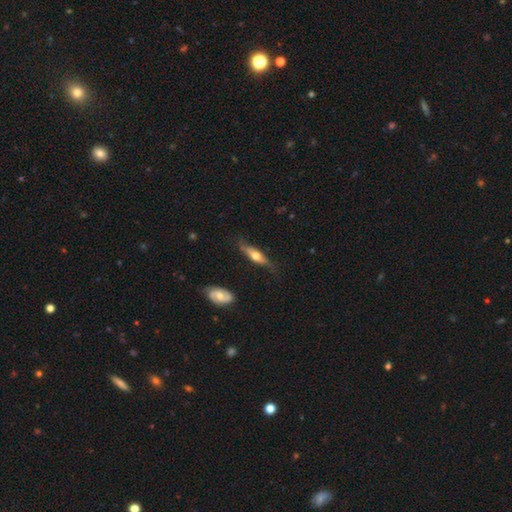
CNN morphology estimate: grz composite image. It shows a featured or disk galaxy (52%) viewed edge-on (83%). Merging: none (70%).